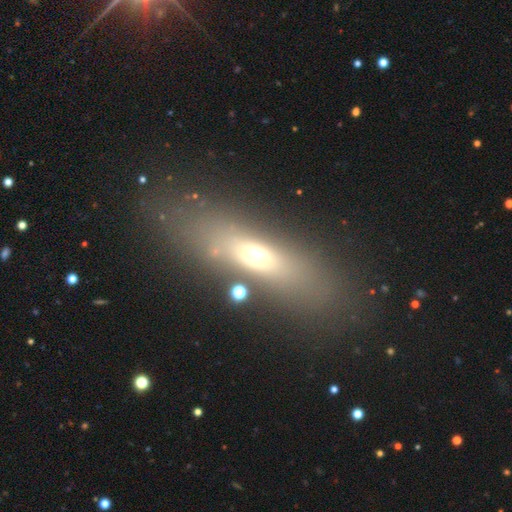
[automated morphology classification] This appears to be a smooth galaxy with no disk features (55%) that is cigar-shaped (50%). Merging: none (76%).